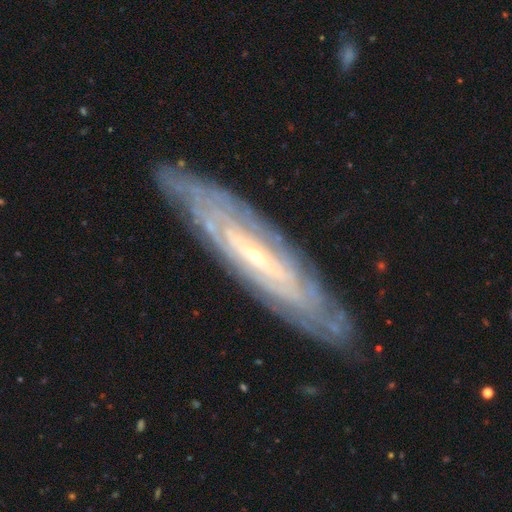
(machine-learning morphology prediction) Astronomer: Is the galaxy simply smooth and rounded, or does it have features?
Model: featured or disk — 83%.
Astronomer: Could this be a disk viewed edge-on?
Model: no — 69%.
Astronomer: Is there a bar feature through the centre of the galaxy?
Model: no — 46% (runner-up: weak, 33%).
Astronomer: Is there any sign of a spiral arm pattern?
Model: yes — 89%.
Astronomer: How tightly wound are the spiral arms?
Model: tight — 78%.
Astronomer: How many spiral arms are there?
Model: can't tell — 60%.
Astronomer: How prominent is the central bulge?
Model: small — 81%.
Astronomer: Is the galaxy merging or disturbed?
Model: none — 82%.